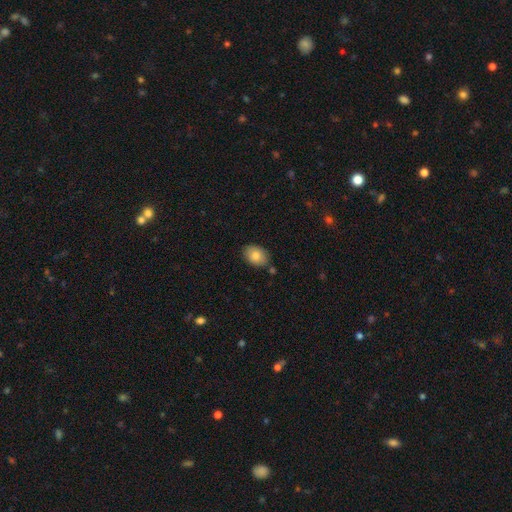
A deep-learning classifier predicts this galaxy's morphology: Smooth or featured? Predicted: smooth (p=0.83). How rounded? Predicted: in between (p=0.73). Merging? Predicted: none (p=0.80).